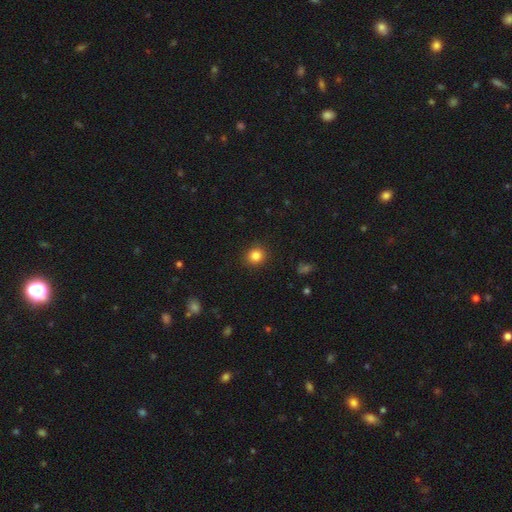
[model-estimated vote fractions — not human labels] smooth_or_featured: smooth (p=0.84) [alt: star or artifact p=0.11]
how_rounded: round (p=0.85) [alt: in between p=0.14]
merging: none (p=0.90) [alt: minor disturbance p=0.07]